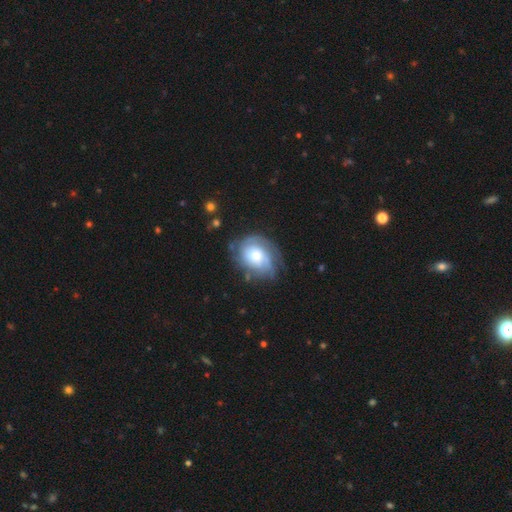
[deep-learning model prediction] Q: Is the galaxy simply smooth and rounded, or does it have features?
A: featured or disk — 64%.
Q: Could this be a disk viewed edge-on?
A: no — 97%.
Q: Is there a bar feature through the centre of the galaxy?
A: no — 80%.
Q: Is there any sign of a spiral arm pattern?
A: yes — 86%.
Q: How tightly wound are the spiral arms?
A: tight — 58%.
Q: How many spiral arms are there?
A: can't tell — 45%.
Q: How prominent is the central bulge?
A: moderate — 46%.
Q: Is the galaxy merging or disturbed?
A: none — 62%.